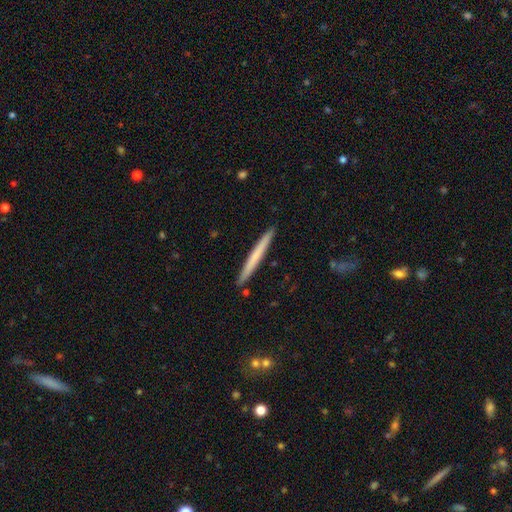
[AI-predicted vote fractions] Smooth or featured: smooth — 61% (featured or disk — 34%)
How rounded: cigar-shaped — 97% (in between — 2%)
Merging: none — 92% (minor disturbance — 6%)